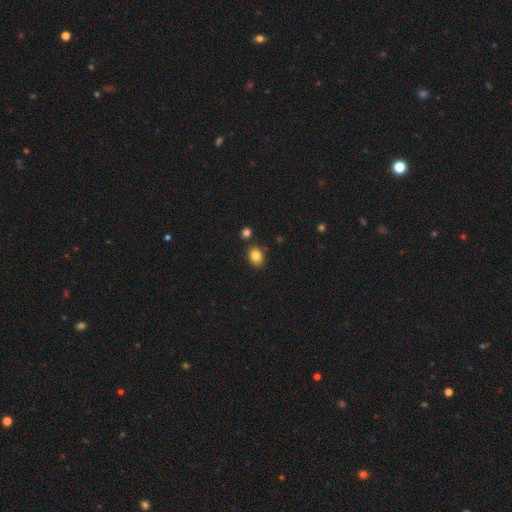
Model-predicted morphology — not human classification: This is clearly a smooth galaxy (84%). How rounded: likely in between (64%). Merging: clearly none (82%).